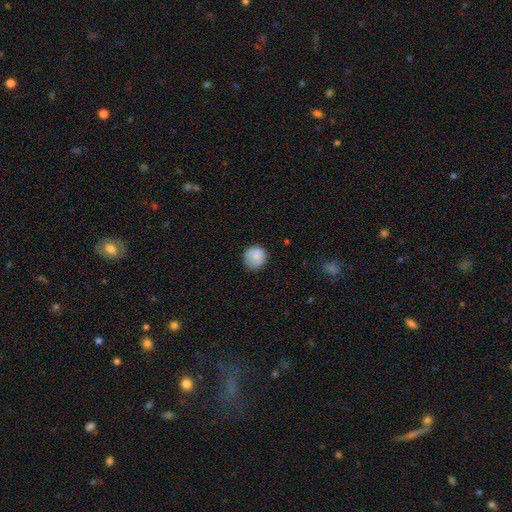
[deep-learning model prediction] A smooth galaxy with no disk features (82%) that is round (90%).

Vote fractions:
- Smooth or featured? smooth: 82% / featured or disk: 10% / star or artifact: 7%
- How rounded? round: 90% / in between: 9% / cigar-shaped: 1%
- Merging? none: 80% / minor disturbance: 15% / major disturbance: 4% / merger: 1%